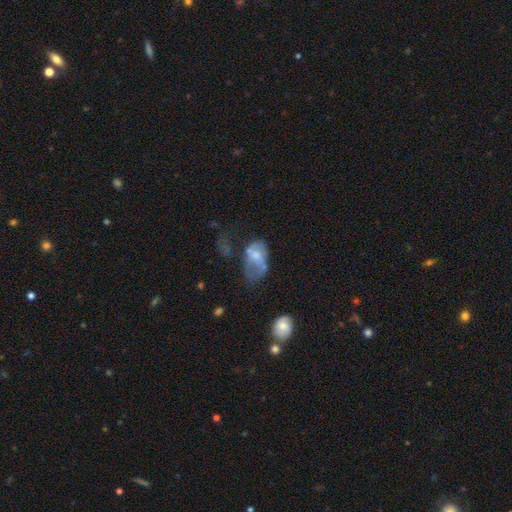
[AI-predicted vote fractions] smooth-or-featured: smooth: 52% | featured or disk: 38% | star or artifact: 9%
  how-rounded: in between: 88% | round: 11% | cigar-shaped: 2%
  merging: major disturbance: 40% | minor disturbance: 25% | none: 22% | merger: 13%